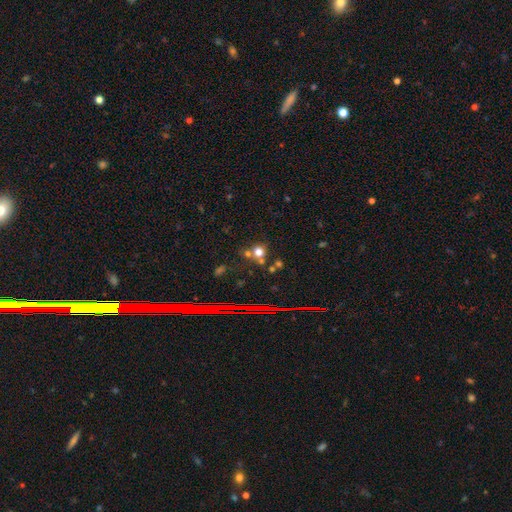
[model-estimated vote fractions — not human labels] smooth_or_featured: smooth (p=0.48) [alt: star or artifact p=0.40]
merging: none (p=0.64) [alt: merger p=0.19]